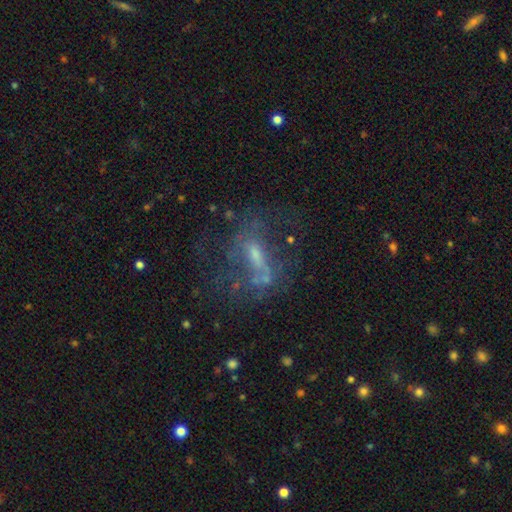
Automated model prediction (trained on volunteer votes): Morphology: type=featured or disk (64%); edge-on=no (92%); bar=no (43%); spiral arms=no (53%); bulge=small (52%); merging=none (47%).